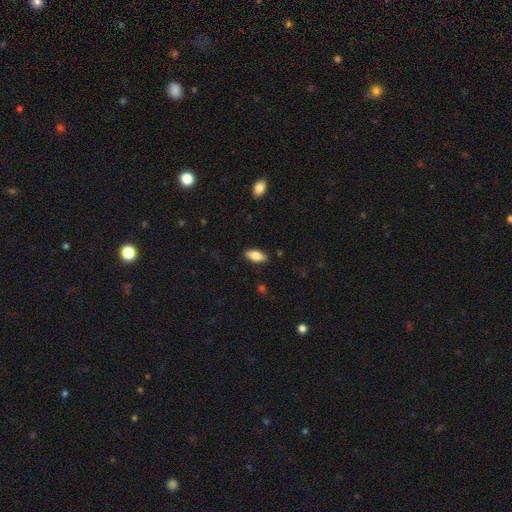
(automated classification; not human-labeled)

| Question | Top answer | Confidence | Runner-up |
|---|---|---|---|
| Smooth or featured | smooth | 77% | featured or disk (17%) |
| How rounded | in between | 86% | cigar-shaped (11%) |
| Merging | none | 88% | minor disturbance (9%) |